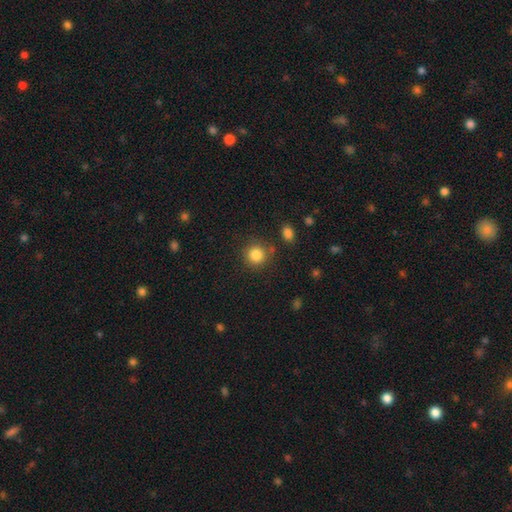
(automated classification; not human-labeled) smooth 85%, star or artifact 10%, featured or disk 5%. Down the decision tree: how rounded — round (92%); merging — none (82%).